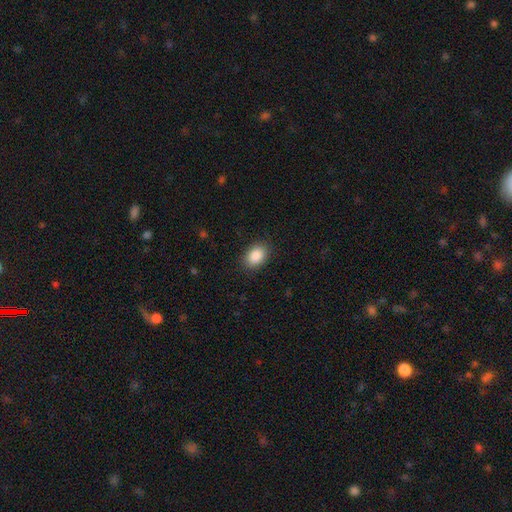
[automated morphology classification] type=smooth (89%); roundness=in between (83%); merging=none (88%).